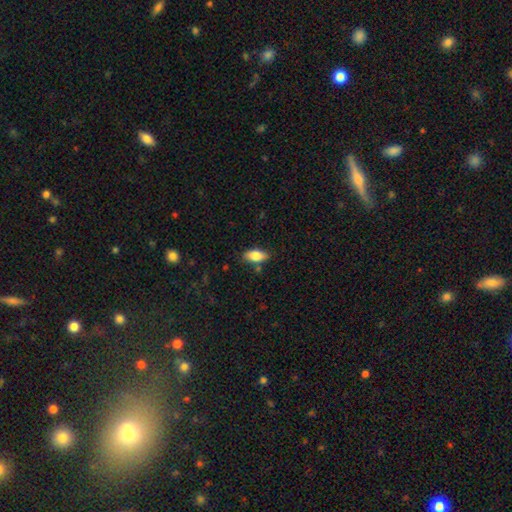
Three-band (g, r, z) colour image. It shows a smooth galaxy with no disk features (87%) that is in between round and cigar-shaped (76%). Merging: none (82%).